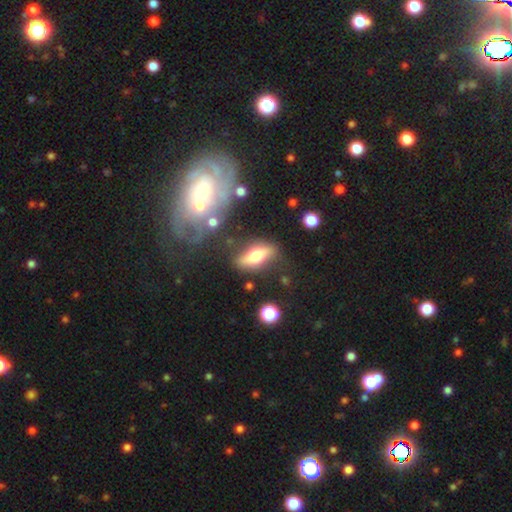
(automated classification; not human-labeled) Q: Smooth or featured?
A: smooth (48%); runner-up: featured or disk (44%)
Q: Merging?
A: none (77%); runner-up: minor disturbance (14%)